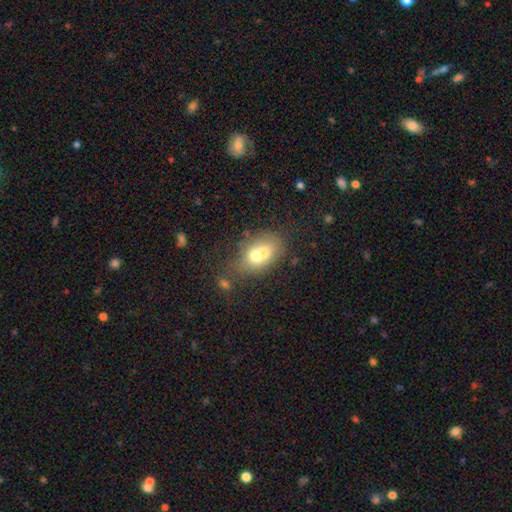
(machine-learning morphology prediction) Q: Smooth or featured?
A: smooth (62%); runner-up: featured or disk (28%)
Q: How rounded?
A: in between (61%); runner-up: round (37%)
Q: Merging?
A: merger (62%); runner-up: none (24%)